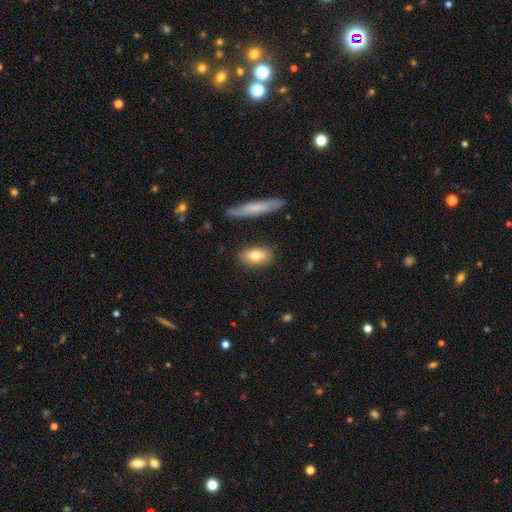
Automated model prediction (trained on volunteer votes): Smooth or featured: smooth — 75% (featured or disk — 18%)
How rounded: in between — 83% (cigar-shaped — 12%)
Merging: none — 84% (minor disturbance — 11%)